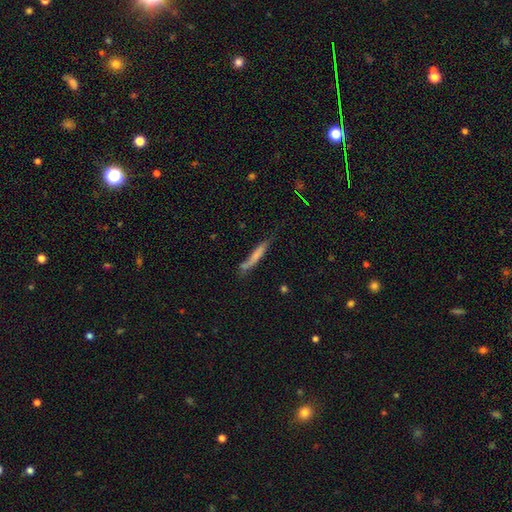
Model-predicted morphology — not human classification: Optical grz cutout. It shows a smooth galaxy with no disk features (65%) that is cigar-shaped (93%). Merging: none (66%).